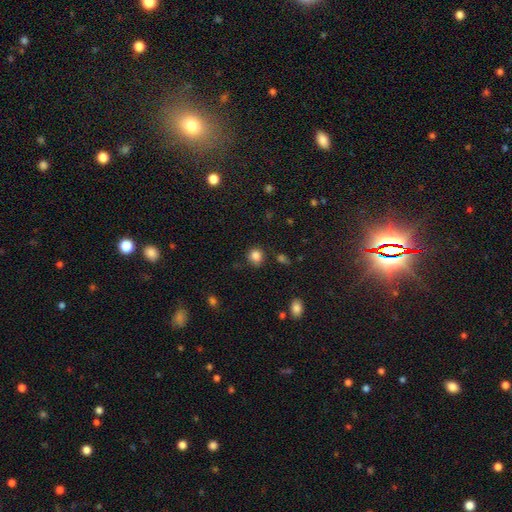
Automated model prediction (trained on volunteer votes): This is clearly a smooth galaxy (85%). How rounded: clearly round (84%). Merging: likely none (80%).